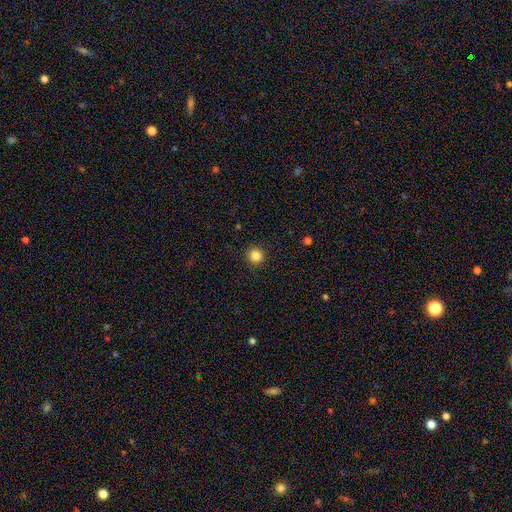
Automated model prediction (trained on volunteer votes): Smooth or featured?
  - smooth: 85% *
  - star or artifact: 11%
  - featured or disk: 4%
How rounded?
  - round: 95% *
  - in between: 4%
  - cigar-shaped: 1%
Merging?
  - none: 92% *
  - minor disturbance: 6%
  - major disturbance: 2%
  - merger: 1%